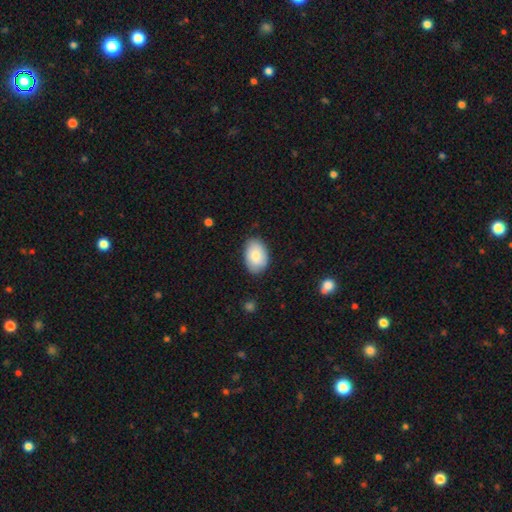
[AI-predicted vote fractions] This appears to be a smooth galaxy with no disk features (81%) that is in between round and cigar-shaped (87%). Merging: none (82%).